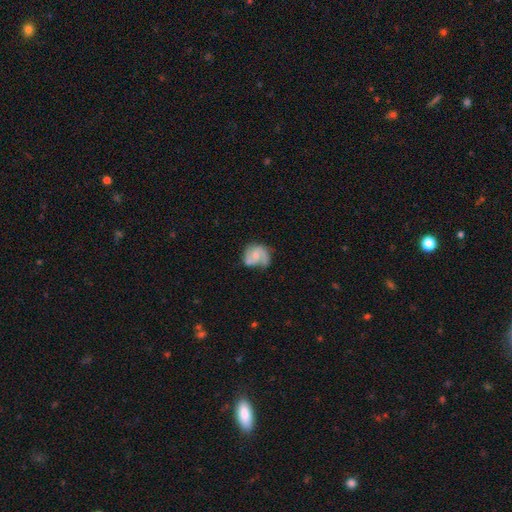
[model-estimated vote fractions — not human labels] This appears to be a featured or disk galaxy (59%) with no bar (62%), spiral arms (82%) and a small central bulge (53%). Merging: none (46%).